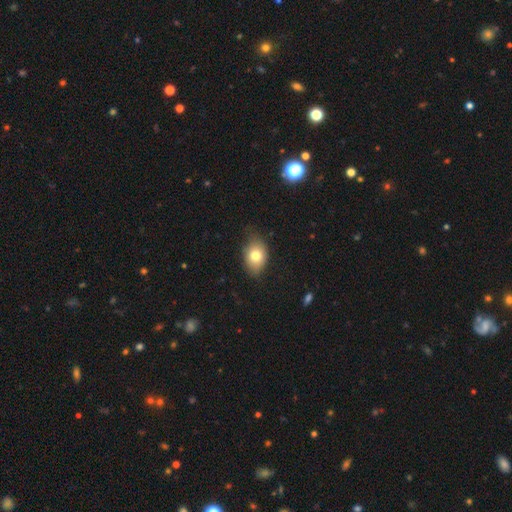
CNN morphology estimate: Smooth or featured? Predicted: smooth (p=0.76). How rounded? Predicted: in between (p=0.75). Merging? Predicted: none (p=0.68).